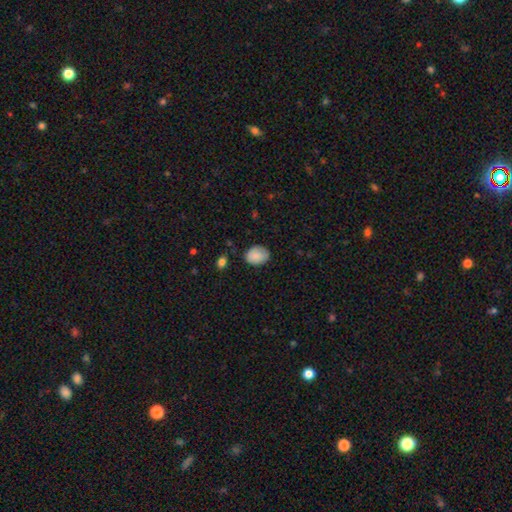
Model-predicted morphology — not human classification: Q: Smooth or featured?
A: smooth (88%); runner-up: star or artifact (7%)
Q: How rounded?
A: in between (62%); runner-up: round (38%)
Q: Merging?
A: none (77%); runner-up: minor disturbance (18%)